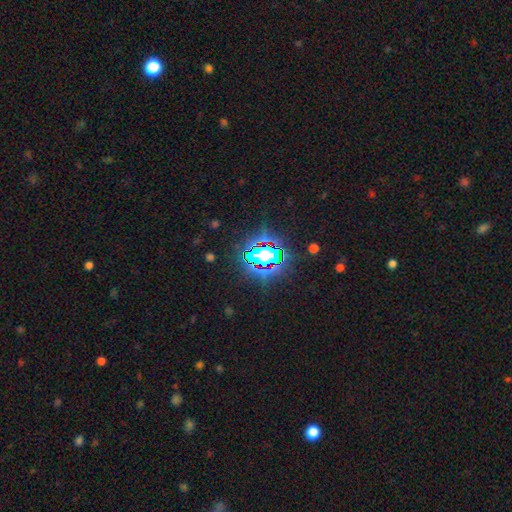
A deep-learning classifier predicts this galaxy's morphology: Smooth or featured? Predicted: star or artifact (p=0.83).